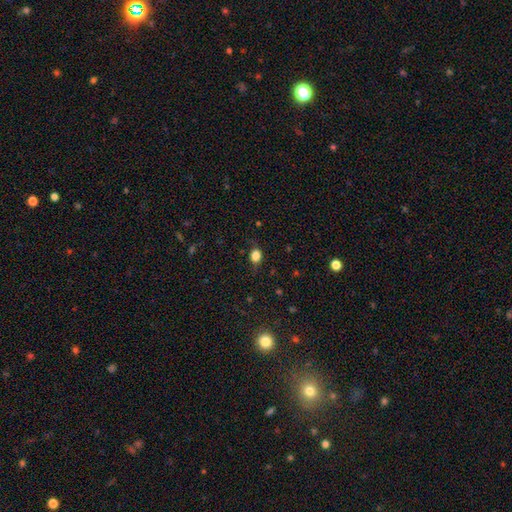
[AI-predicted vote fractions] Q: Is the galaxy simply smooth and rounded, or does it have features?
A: smooth — 81%.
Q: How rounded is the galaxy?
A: round — 52%.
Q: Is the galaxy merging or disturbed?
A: none — 70%.